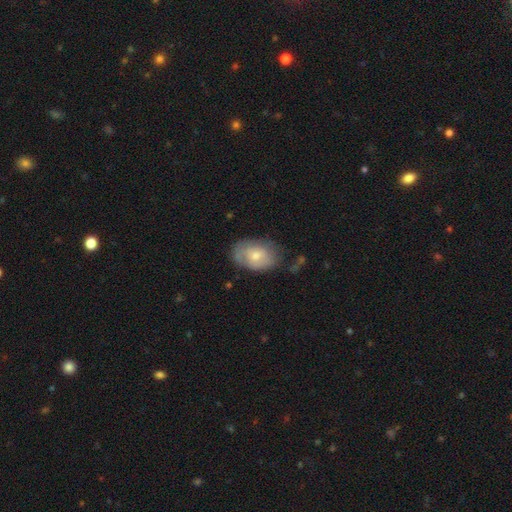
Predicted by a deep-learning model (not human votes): This appears to be a smooth galaxy with no disk features (56%) that is in between round and cigar-shaped (86%). Merging: none (58%).